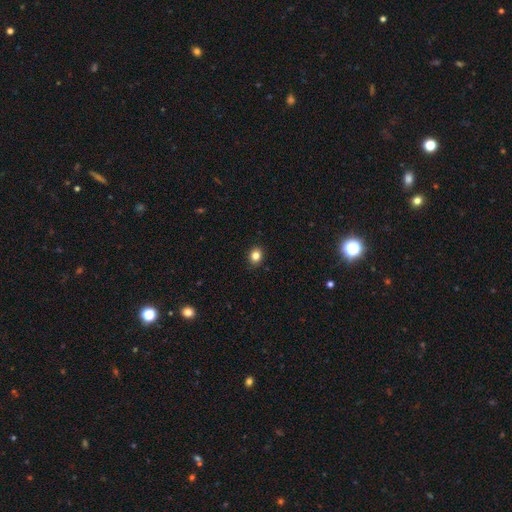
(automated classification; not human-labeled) smooth-or-featured: smooth: 83% | star or artifact: 11% | featured or disk: 5%
  how-rounded: round: 57% | in between: 42% | cigar-shaped: 1%
  merging: none: 90% | minor disturbance: 7% | major disturbance: 2% | merger: 1%